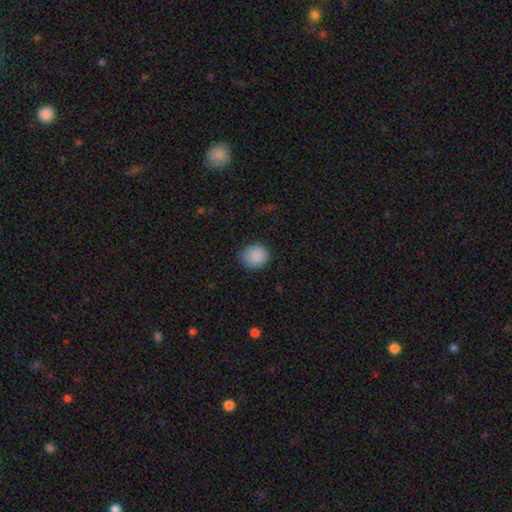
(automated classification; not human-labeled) smooth-or-featured: smooth: 89% | star or artifact: 8% | featured or disk: 3%
  how-rounded: round: 79% | in between: 20% | cigar-shaped: 1%
  merging: none: 87% | minor disturbance: 10% | major disturbance: 2% | merger: 1%